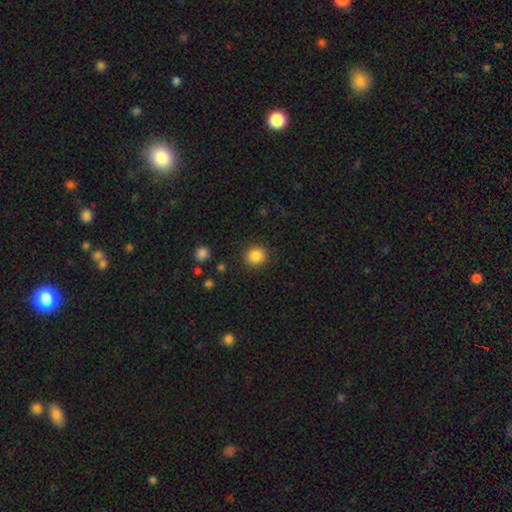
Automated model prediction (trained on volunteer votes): Q: Smooth or featured?
A: smooth (86%); runner-up: star or artifact (10%)
Q: How rounded?
A: round (91%); runner-up: in between (8%)
Q: Merging?
A: none (90%); runner-up: minor disturbance (6%)